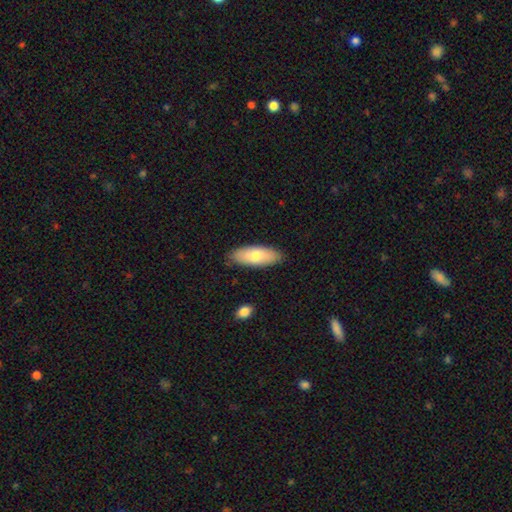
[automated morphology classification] type=smooth (74%); roundness=in between (74%); merging=none (86%).